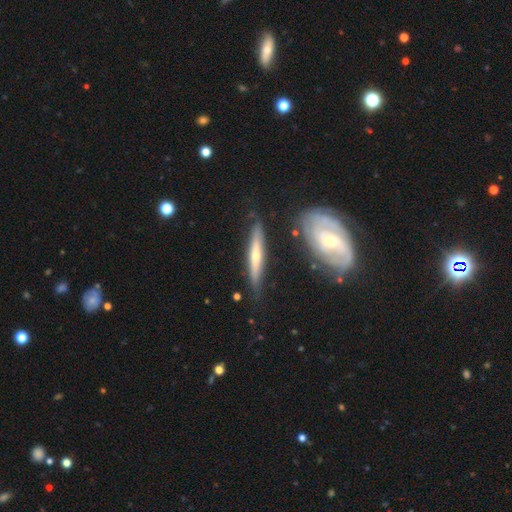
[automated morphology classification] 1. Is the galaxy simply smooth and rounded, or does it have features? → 69% featured or disk, 25% smooth, 6% star or artifact.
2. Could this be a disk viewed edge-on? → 86% yes, 14% no.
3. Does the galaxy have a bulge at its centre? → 74% rounded, 20% none, 5% boxy.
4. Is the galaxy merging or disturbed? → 76% none, 16% minor disturbance, 4% merger, 4% major disturbance.